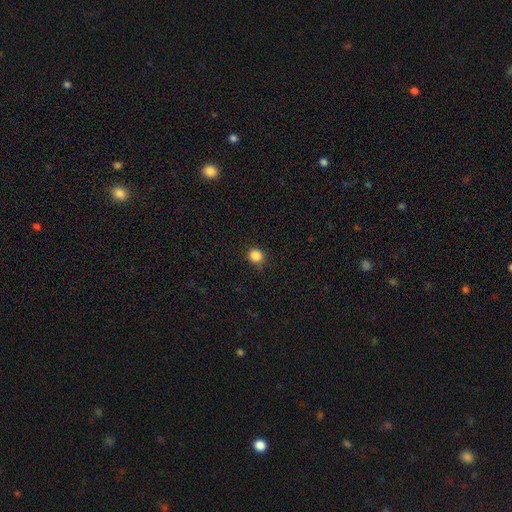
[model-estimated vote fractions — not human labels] This appears to be a smooth galaxy with no disk features (86%) that is round (89%). Merging: none (86%).